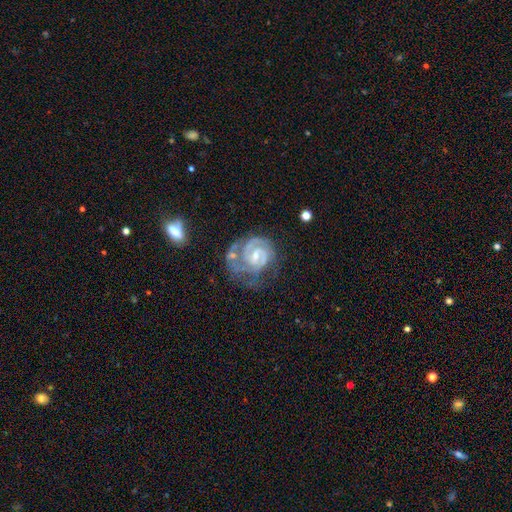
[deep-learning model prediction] featured or disk 88%, smooth 7%, star or artifact 5%. Down the decision tree: edge-on disk — no (98%); bar — weak (57%); spiral arms — yes (96%); spiral arm count — 2 (60%); spiral winding — tight (60%); bulge size — small (56%); merging — none (42%).